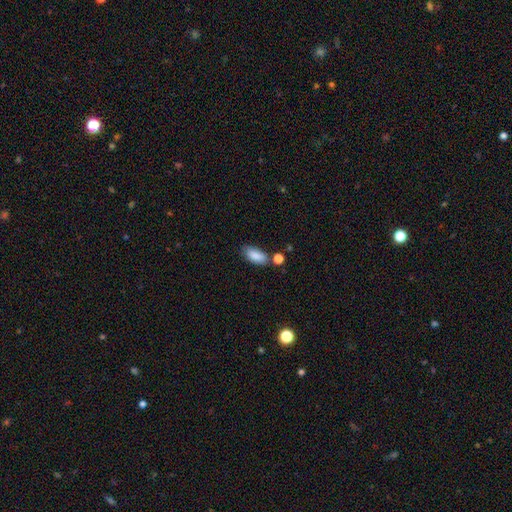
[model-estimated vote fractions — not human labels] Smooth or featured: smooth — 87% (star or artifact — 7%)
How rounded: in between — 87% (cigar-shaped — 10%)
Merging: none — 66% (minor disturbance — 18%)